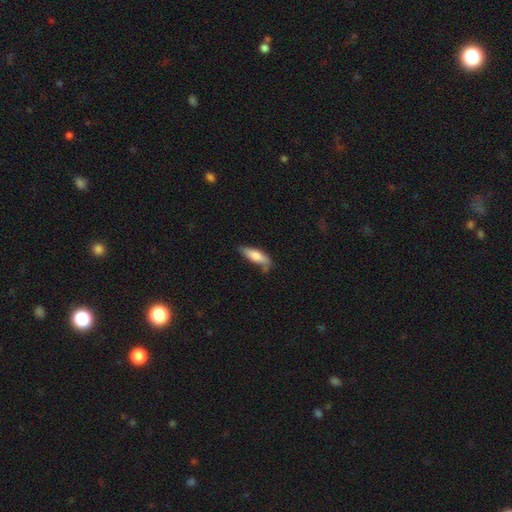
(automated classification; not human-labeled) Smooth or featured? smooth (74%)
How rounded? in between (50%)
Merging? none (55%)